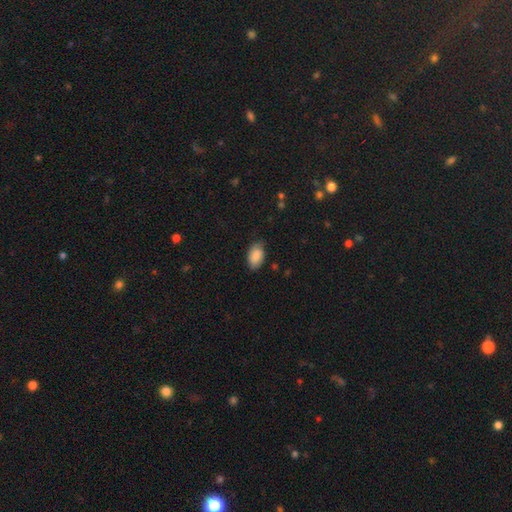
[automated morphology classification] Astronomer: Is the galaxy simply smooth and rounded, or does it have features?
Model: smooth — 86%.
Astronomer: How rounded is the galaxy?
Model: in between — 93%.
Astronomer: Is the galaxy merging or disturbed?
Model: none — 74%.